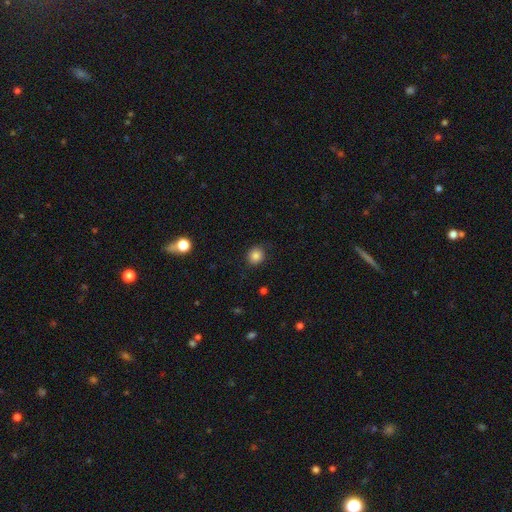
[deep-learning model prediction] A smooth galaxy with no disk features (83%) that is round (81%). Merging: none (83%).